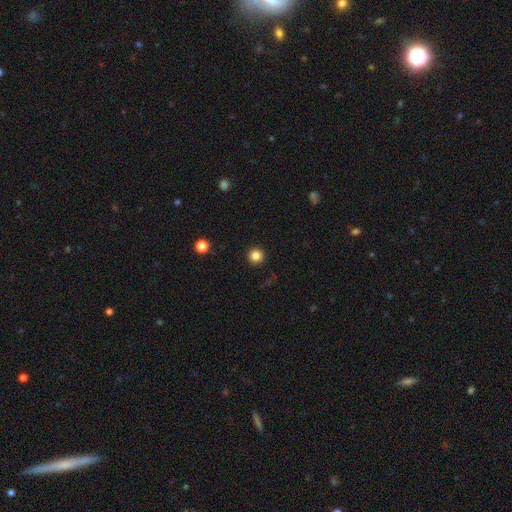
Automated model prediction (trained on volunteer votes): Smooth or featured?
  - smooth: 84% *
  - star or artifact: 12%
  - featured or disk: 4%
How rounded?
  - round: 96% *
  - in between: 3%
  - cigar-shaped: 1%
Merging?
  - none: 93% *
  - minor disturbance: 5%
  - major disturbance: 2%
  - merger: 1%